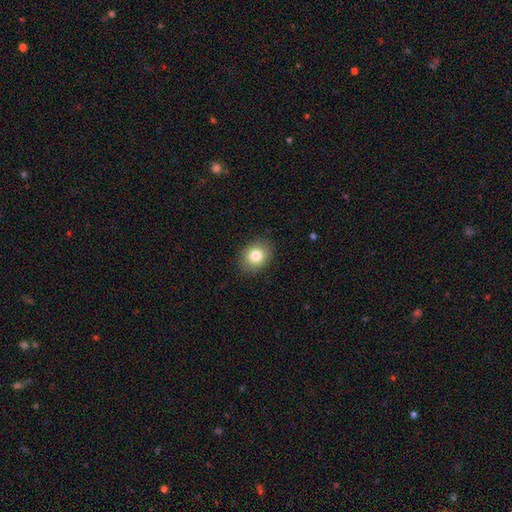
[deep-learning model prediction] Overall: smooth (82%). How rounded: in between (56%; round 43%). Merging: none (87%).